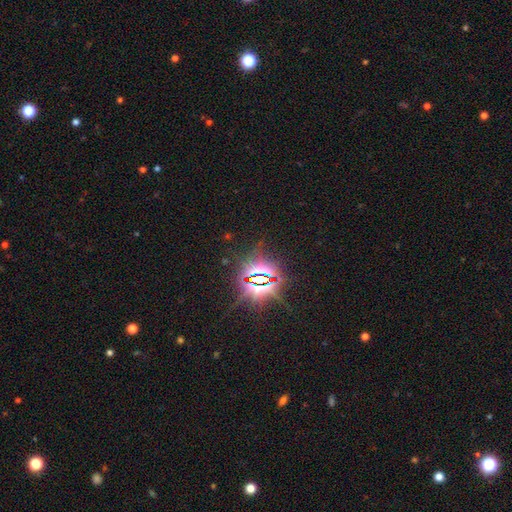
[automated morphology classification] A star or artifact, not a galaxy (86%).